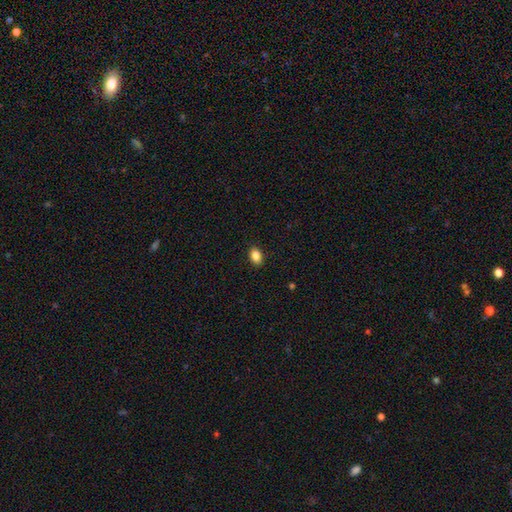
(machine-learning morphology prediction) Overall: smooth (86%). How rounded: in between (83%). Merging: none (90%).